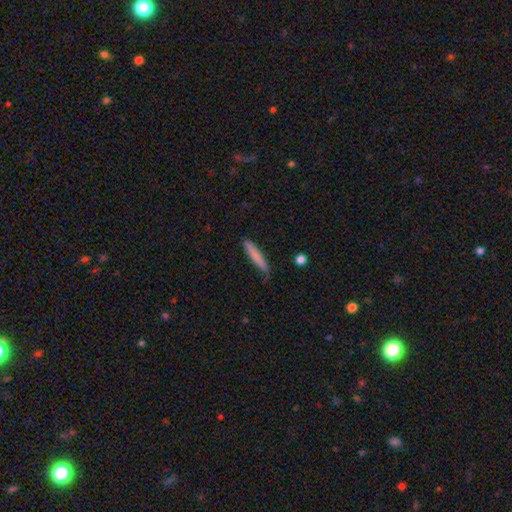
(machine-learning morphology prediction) Smooth or featured: smooth — 79% (featured or disk — 14%)
How rounded: cigar-shaped — 93% (in between — 6%)
Merging: none — 82% (minor disturbance — 15%)